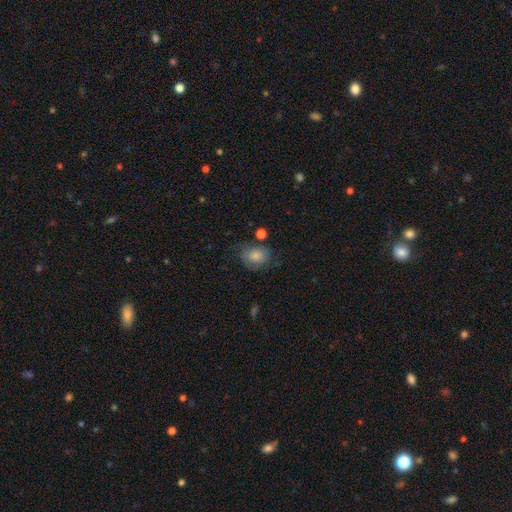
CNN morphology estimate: type=smooth (76%); roundness=in between (54%); merging=none (57%).